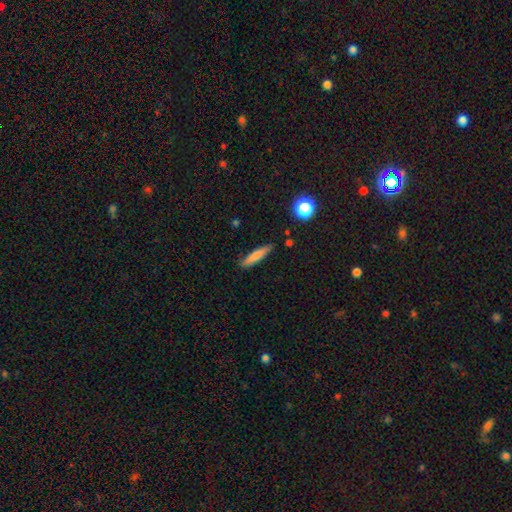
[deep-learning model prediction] Morphology: type=smooth (75%); roundness=cigar-shaped (87%); merging=none (82%).